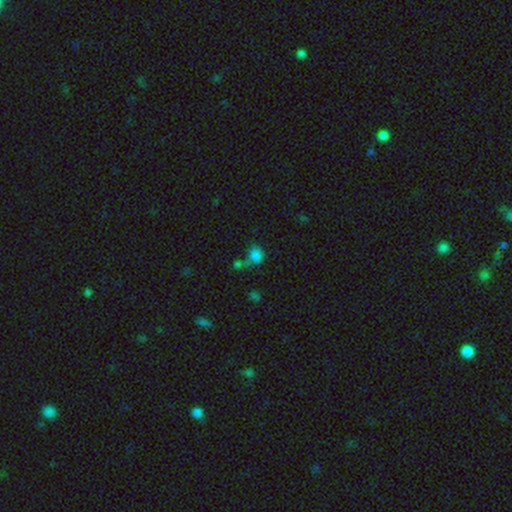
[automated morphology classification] A smooth galaxy with no disk features (79%) that is round (69%).

Vote fractions:
- Smooth or featured? smooth: 79% / star or artifact: 14% / featured or disk: 7%
- How rounded? round: 69% / in between: 30% / cigar-shaped: 1%
- Merging? none: 49% / merger: 23% / minor disturbance: 19% / major disturbance: 9%